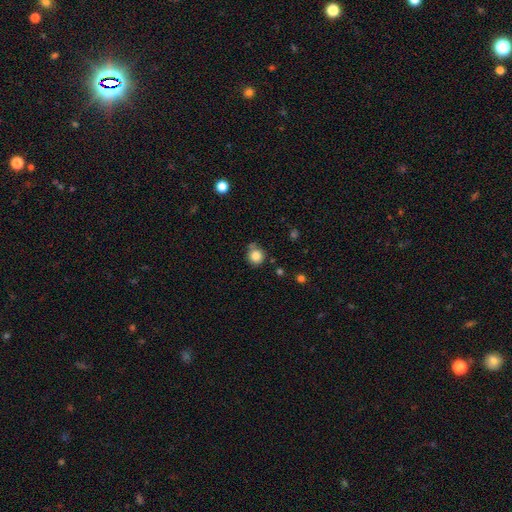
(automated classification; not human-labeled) Overall: smooth (84%). How rounded: round (90%). Merging: none (72%).